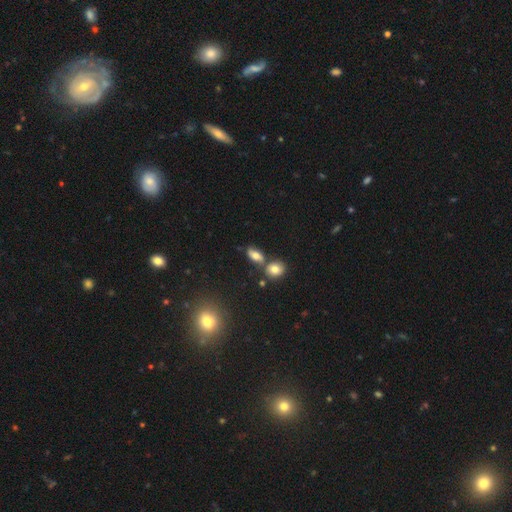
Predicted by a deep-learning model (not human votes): Smooth or featured? Predicted: smooth (p=0.69). How rounded? Predicted: in between (p=0.76). Merging? Predicted: none (p=0.55).